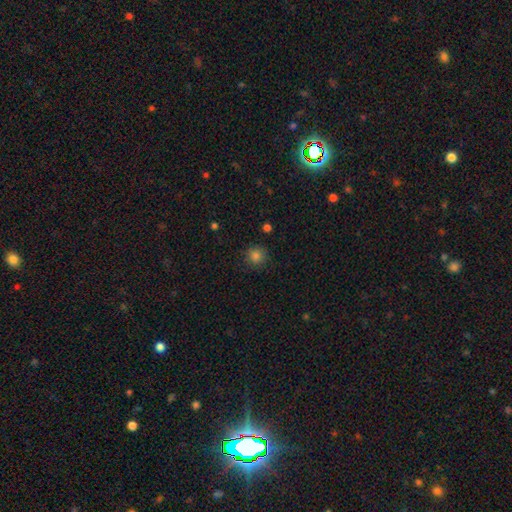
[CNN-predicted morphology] smooth_or_featured: smooth (p=0.83) [alt: star or artifact p=0.12]
how_rounded: round (p=0.92) [alt: in between p=0.07]
merging: none (p=0.87) [alt: minor disturbance p=0.09]